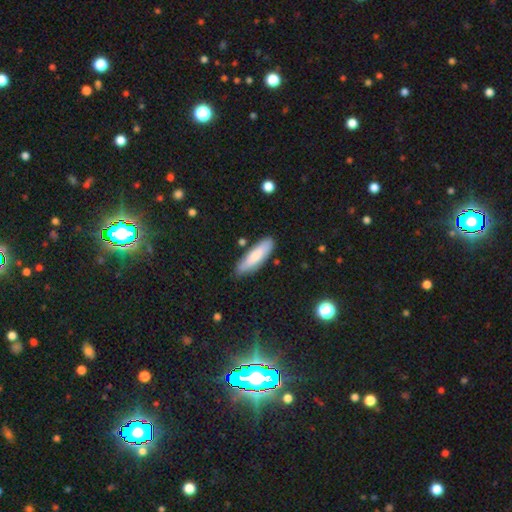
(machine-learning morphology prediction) Q: Smooth or featured?
A: smooth (77%); runner-up: featured or disk (18%)
Q: How rounded?
A: cigar-shaped (54%); runner-up: in between (45%)
Q: Merging?
A: none (82%); runner-up: minor disturbance (13%)